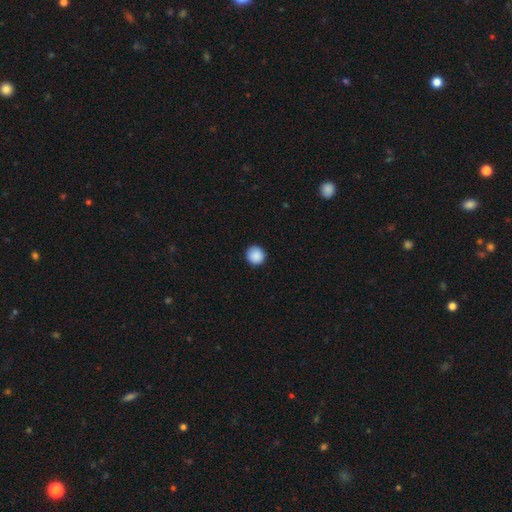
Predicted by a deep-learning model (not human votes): This is clearly a smooth galaxy (89%). How rounded: clearly round (96%). Merging: clearly none (93%).